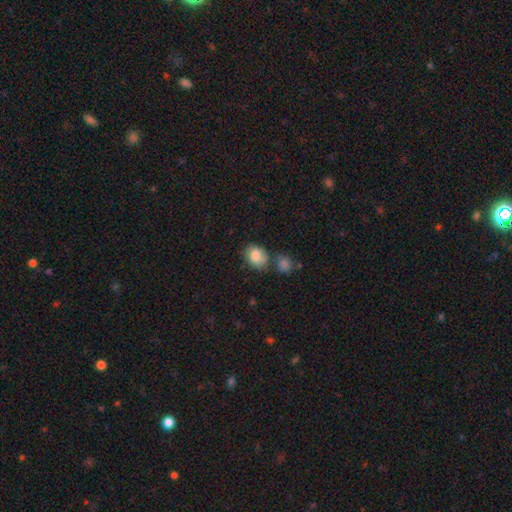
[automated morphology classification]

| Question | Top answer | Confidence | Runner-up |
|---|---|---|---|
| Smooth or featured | smooth | 83% | featured or disk (9%) |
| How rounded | in between | 62% | round (37%) |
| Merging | none | 58% | merger (19%) |